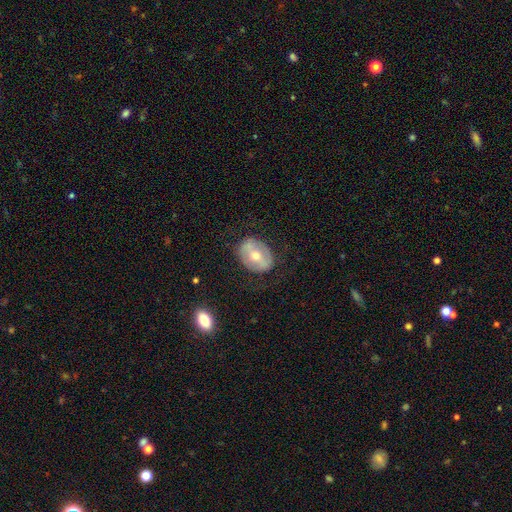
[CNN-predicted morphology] The model was most divided on "bar": strong: 35%, weak: 34%, no: 32%. More confident: edge-on disk — no (93%); merging — none (76%); spiral arms — no (67%); bulge size — moderate (64%); smooth or featured — featured or disk (55%).